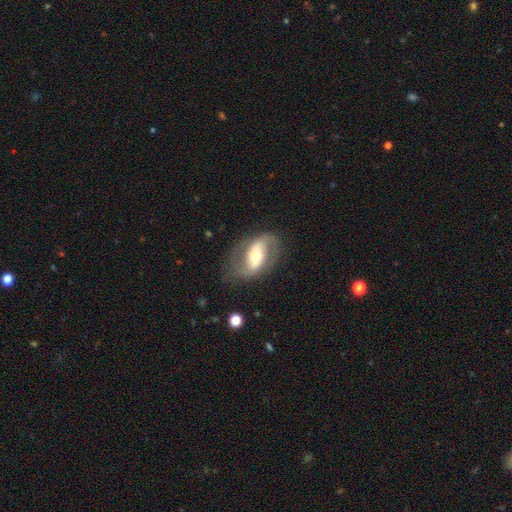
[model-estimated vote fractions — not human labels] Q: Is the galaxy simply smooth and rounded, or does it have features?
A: featured or disk — 75%.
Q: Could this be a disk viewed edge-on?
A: no — 94%.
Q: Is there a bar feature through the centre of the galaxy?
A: strong — 46%.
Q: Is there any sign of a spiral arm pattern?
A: yes — 83%.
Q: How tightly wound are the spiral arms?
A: loose — 43%.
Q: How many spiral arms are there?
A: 2 — 87%.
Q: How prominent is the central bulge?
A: moderate — 62%.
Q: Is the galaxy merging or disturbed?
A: none — 70%.